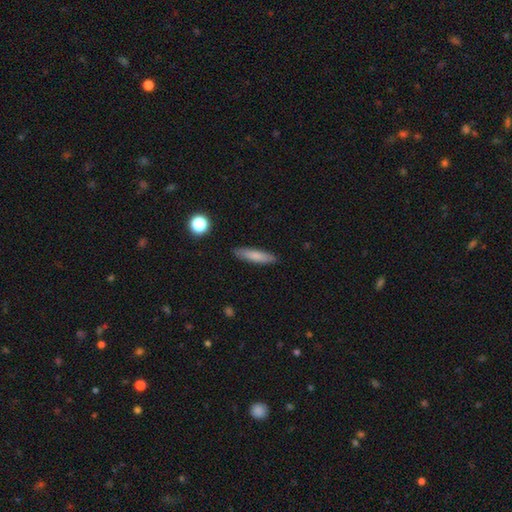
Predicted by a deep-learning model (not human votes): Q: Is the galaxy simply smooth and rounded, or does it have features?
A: smooth — 78%.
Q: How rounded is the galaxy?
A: cigar-shaped — 77%.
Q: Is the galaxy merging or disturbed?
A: none — 87%.